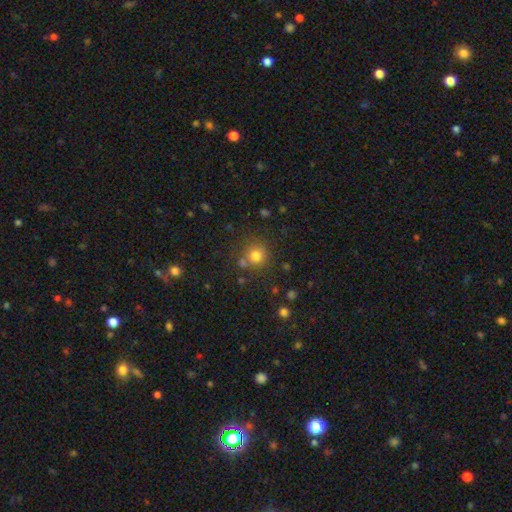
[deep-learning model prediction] Morphology: type=smooth (78%); roundness=round (91%); merging=none (71%).